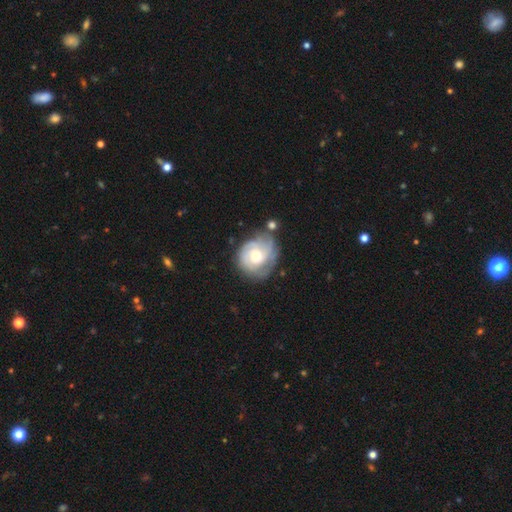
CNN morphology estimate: Smooth or featured? Predicted: featured or disk (p=0.70). Edge-on disk? Predicted: no (p=0.98). Bar? Predicted: no (p=0.75). Spiral arms? Predicted: yes (p=0.88). Spiral winding? Predicted: tight (p=0.61). Spiral arm count? Predicted: can't tell (p=0.40). Bulge size? Predicted: moderate (p=0.54). Merging? Predicted: none (p=0.59).